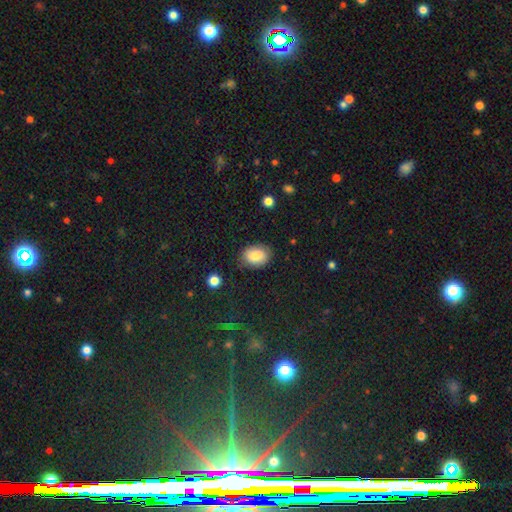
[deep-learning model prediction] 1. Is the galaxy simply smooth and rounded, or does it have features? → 81% smooth, 10% featured or disk, 8% star or artifact.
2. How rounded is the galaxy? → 76% in between, 23% round, 1% cigar-shaped.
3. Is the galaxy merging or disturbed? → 77% none, 17% minor disturbance, 4% major disturbance, 2% merger.